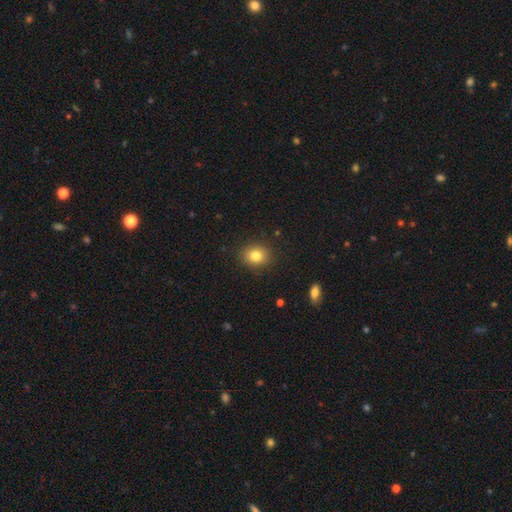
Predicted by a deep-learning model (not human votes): smooth 82%, star or artifact 11%, featured or disk 7%. Down the decision tree: how rounded — round (67%); merging — none (89%).